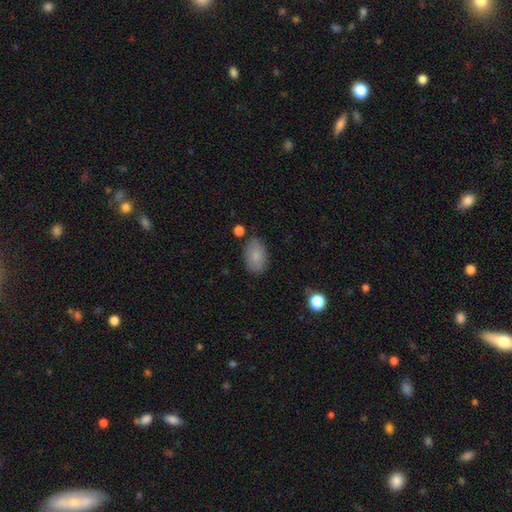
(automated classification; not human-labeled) Q: Smooth or featured?
A: smooth (83%); runner-up: featured or disk (10%)
Q: How rounded?
A: in between (90%); runner-up: round (8%)
Q: Merging?
A: none (80%); runner-up: minor disturbance (13%)